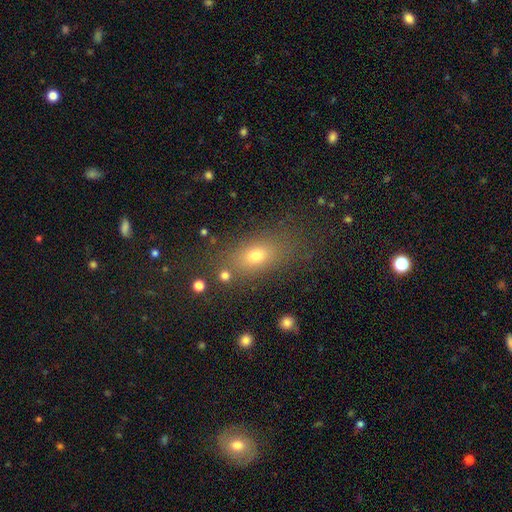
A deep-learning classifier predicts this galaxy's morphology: Smooth or featured? Predicted: smooth (p=0.72). How rounded? Predicted: in between (p=0.74). Merging? Predicted: none (p=0.76).